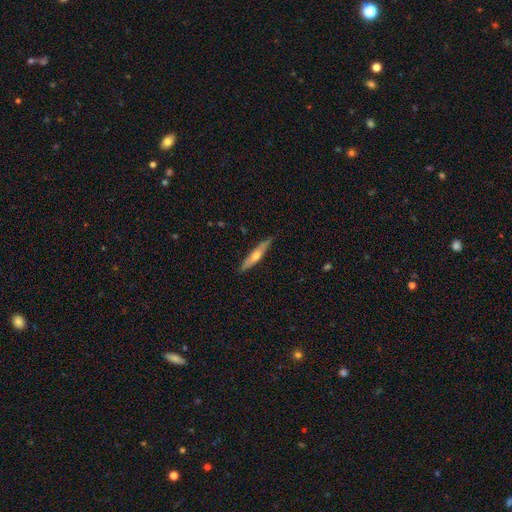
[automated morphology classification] Smooth or featured: featured or disk — 47% (tied with smooth — 47%)
Merging: none — 84% (minor disturbance — 13%)